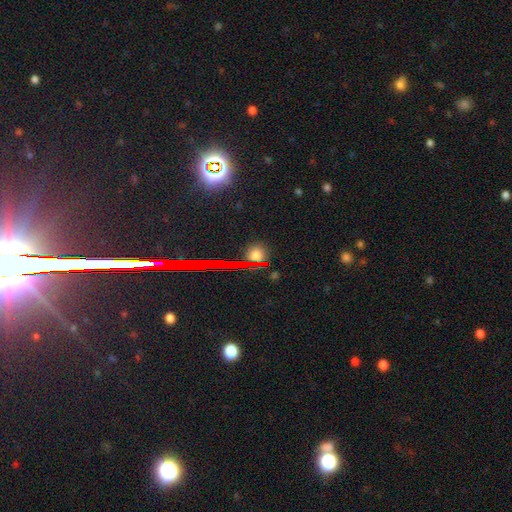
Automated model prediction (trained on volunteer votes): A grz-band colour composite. It shows a smooth galaxy with no disk features (51%) that is round (82%). Merging: none (83%).